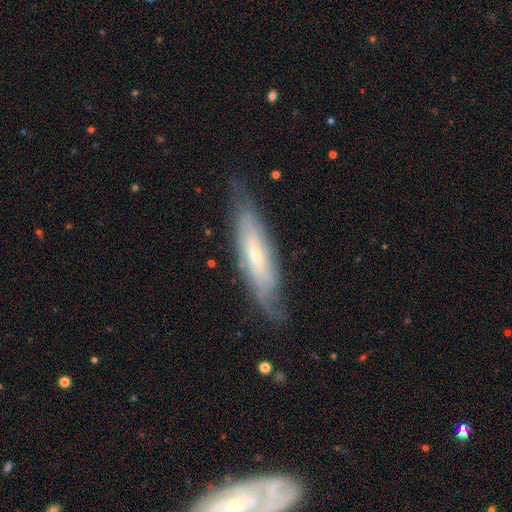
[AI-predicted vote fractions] Smooth or featured? featured or disk (62%)
Edge-on disk? no (54%)
Merging? none (72%)